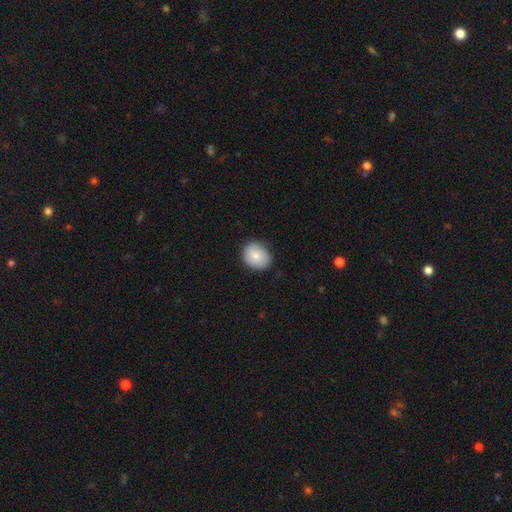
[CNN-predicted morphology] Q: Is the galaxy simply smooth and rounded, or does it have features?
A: smooth — 80%.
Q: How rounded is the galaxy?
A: round — 62%.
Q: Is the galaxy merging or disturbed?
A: none — 80%.